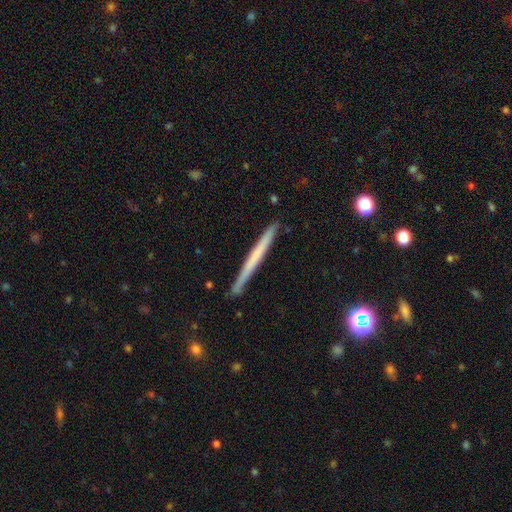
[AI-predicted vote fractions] Q: Smooth or featured?
A: smooth (49%); runner-up: featured or disk (45%)
Q: Merging?
A: none (90%); runner-up: minor disturbance (8%)